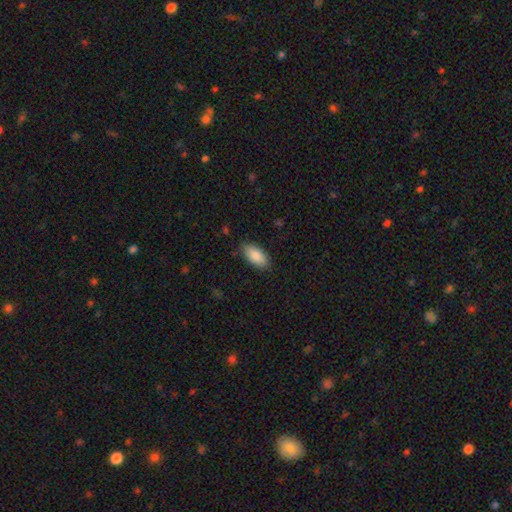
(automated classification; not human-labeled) This appears to be a smooth galaxy with no disk features (88%) that is in between round and cigar-shaped (92%). Merging: none (84%).